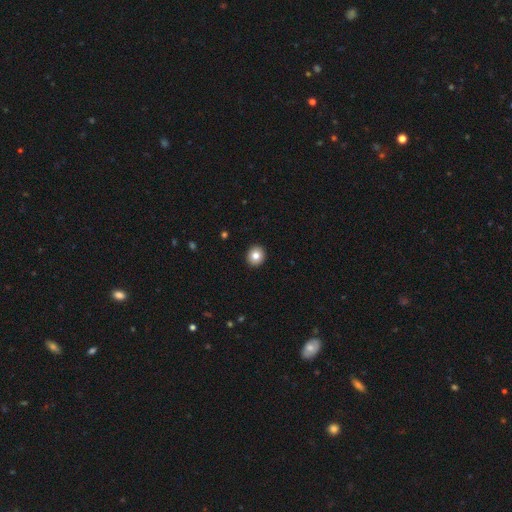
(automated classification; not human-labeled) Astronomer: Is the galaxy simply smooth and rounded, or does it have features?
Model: smooth — 82%.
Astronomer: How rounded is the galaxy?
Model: round — 86%.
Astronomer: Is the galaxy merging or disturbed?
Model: none — 93%.